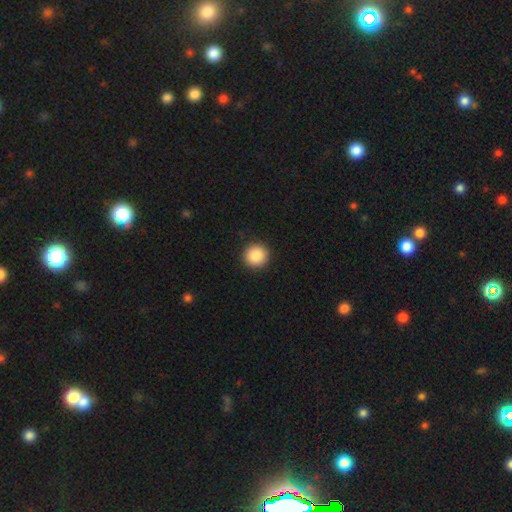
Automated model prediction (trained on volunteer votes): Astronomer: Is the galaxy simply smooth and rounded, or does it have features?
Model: smooth — 88%.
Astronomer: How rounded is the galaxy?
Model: round — 95%.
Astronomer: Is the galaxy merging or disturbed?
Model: none — 92%.